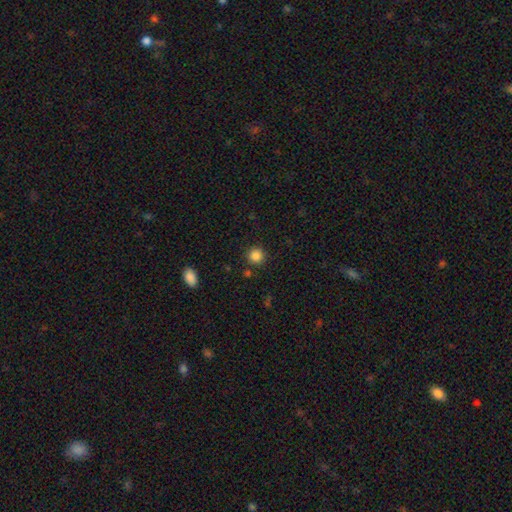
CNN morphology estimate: type=smooth (85%); roundness=round (93%); merging=none (88%).